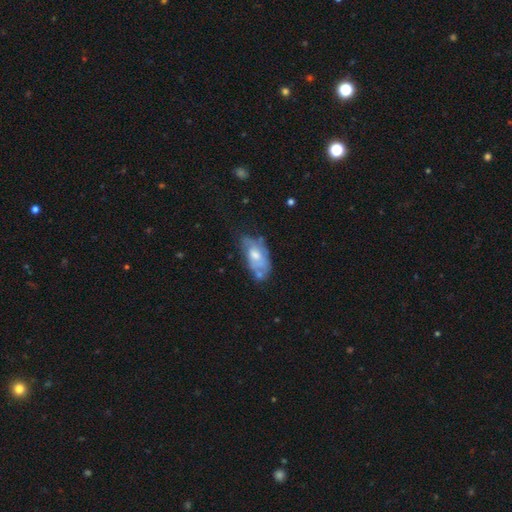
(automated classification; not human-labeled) smooth_or_featured: featured or disk (p=0.47) [alt: smooth p=0.45]
merging: none (p=0.38) [alt: minor disturbance p=0.33]